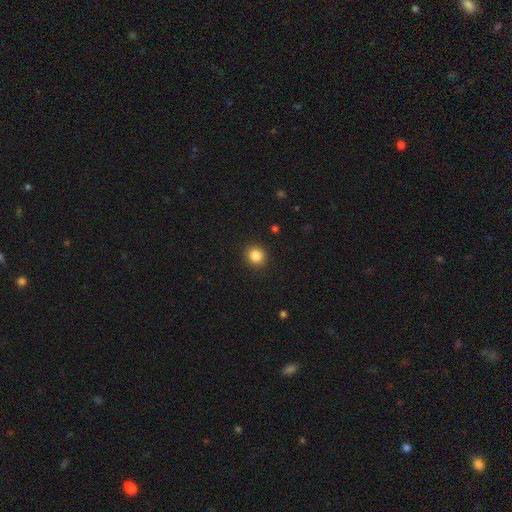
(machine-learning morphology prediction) Overall: smooth (85%). How rounded: round (87%). Merging: none (91%).